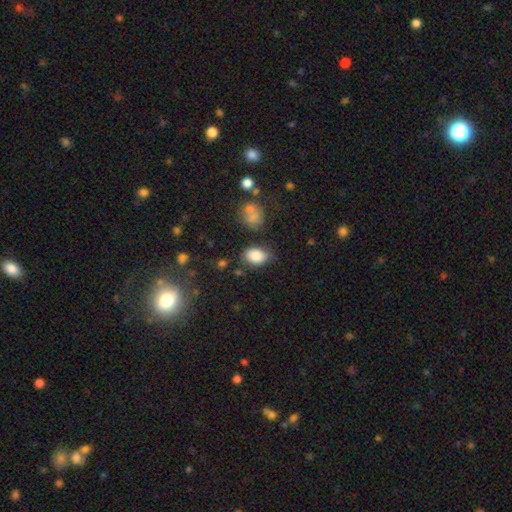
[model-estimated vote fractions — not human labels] Morphology: type=smooth (85%); roundness=in between (78%); merging=none (70%).